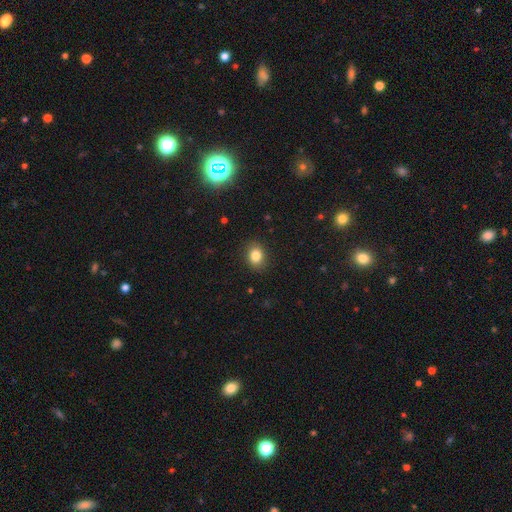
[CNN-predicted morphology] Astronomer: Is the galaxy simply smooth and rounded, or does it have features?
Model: smooth — 83%.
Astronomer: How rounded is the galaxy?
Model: in between — 52% (runner-up: round, 47%).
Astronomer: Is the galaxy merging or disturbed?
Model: none — 87%.